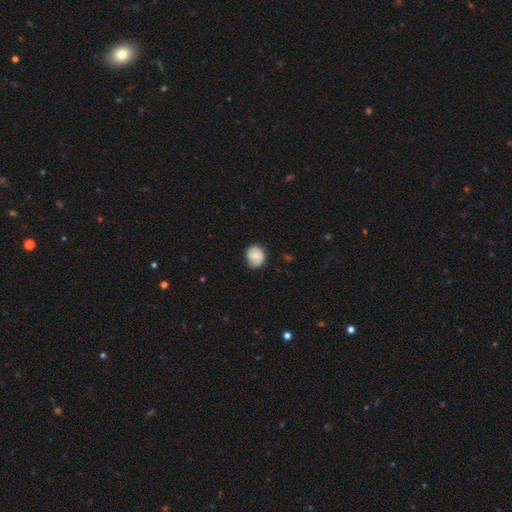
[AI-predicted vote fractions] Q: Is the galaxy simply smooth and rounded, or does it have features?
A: smooth — 69%.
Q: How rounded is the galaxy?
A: round — 75%.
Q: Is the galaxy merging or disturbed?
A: none — 71%.